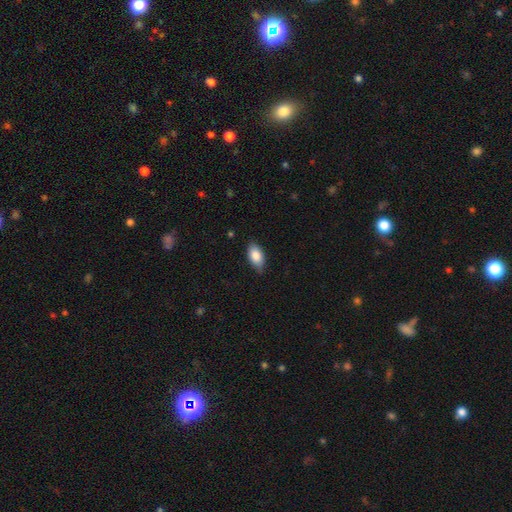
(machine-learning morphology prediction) Smooth or featured? smooth (85%)
How rounded? in between (92%)
Merging? none (79%)